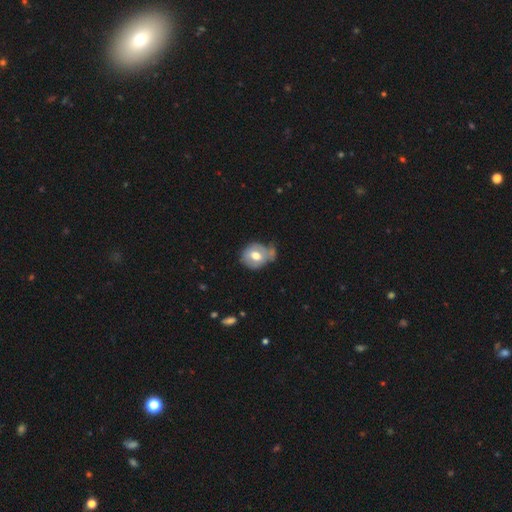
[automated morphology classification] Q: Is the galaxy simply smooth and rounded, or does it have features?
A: smooth — 58%.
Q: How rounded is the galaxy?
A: round — 57%.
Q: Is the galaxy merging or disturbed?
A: none — 40%.